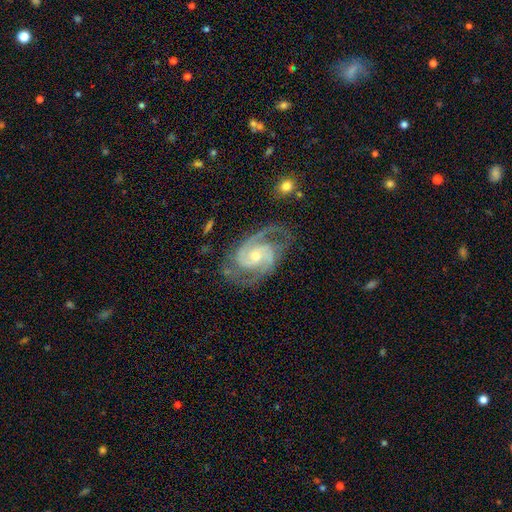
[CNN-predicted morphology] Q: Smooth or featured?
A: featured or disk (93%); runner-up: star or artifact (4%)
Q: Edge-on disk?
A: no (98%); runner-up: yes (2%)
Q: Bar?
A: no (56%); runner-up: weak (34%)
Q: Spiral arms?
A: yes (99%); runner-up: no (1%)
Q: Spiral winding?
A: medium (54%); runner-up: tight (39%)
Q: Spiral arm count?
A: 2 (79%); runner-up: 3 (13%)
Q: Bulge size?
A: small (57%); runner-up: moderate (39%)
Q: Merging?
A: none (74%); runner-up: minor disturbance (18%)